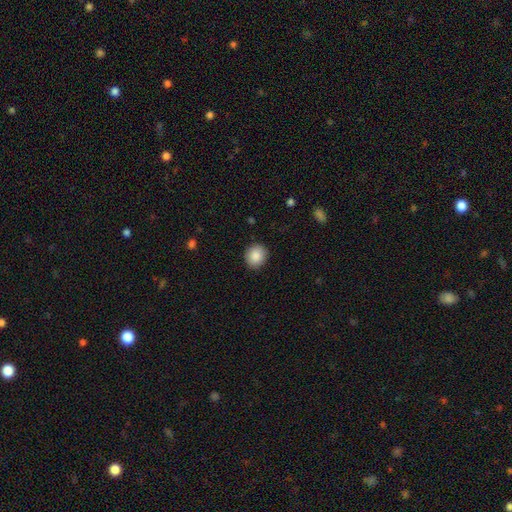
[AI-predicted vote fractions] Q: Smooth or featured?
A: smooth (88%); runner-up: star or artifact (8%)
Q: How rounded?
A: round (81%); runner-up: in between (18%)
Q: Merging?
A: none (89%); runner-up: minor disturbance (8%)